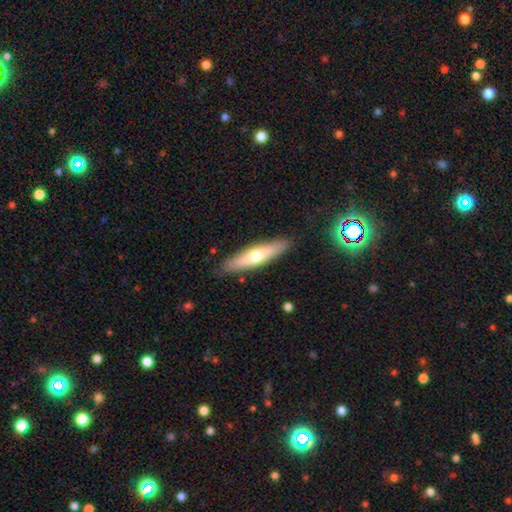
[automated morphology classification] Q: Smooth or featured?
A: smooth (51%); runner-up: featured or disk (43%)
Q: How rounded?
A: cigar-shaped (76%); runner-up: in between (22%)
Q: Merging?
A: none (87%); runner-up: minor disturbance (9%)